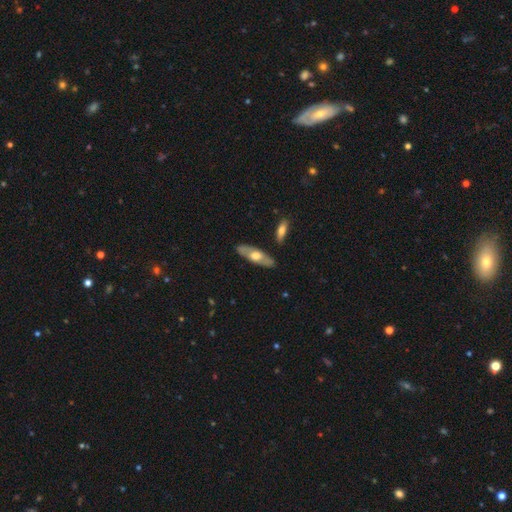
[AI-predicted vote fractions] Q: Smooth or featured?
A: featured or disk (52%); runner-up: smooth (43%)
Q: Edge-on disk?
A: no (56%); runner-up: yes (44%)
Q: Merging?
A: none (84%); runner-up: minor disturbance (11%)